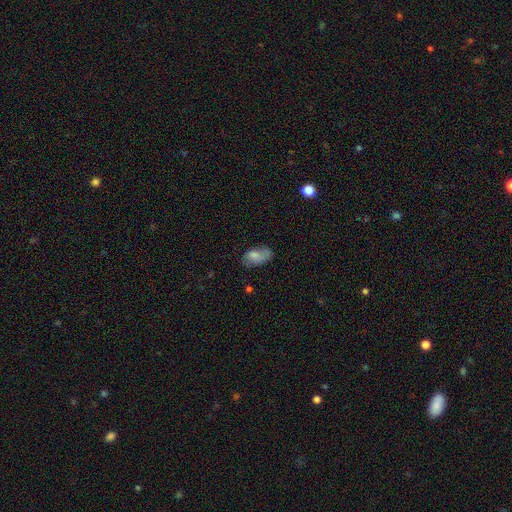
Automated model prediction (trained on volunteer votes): smooth_or_featured: smooth (p=0.70) [alt: featured or disk p=0.21]
how_rounded: in between (p=0.92) [alt: round p=0.05]
merging: none (p=0.54) [alt: minor disturbance p=0.30]